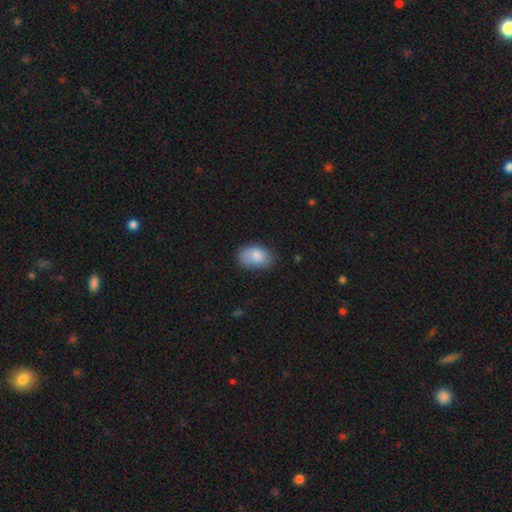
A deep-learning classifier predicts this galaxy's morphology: Q: Smooth or featured?
A: smooth (84%); runner-up: featured or disk (9%)
Q: How rounded?
A: in between (88%); runner-up: round (11%)
Q: Merging?
A: none (64%); runner-up: minor disturbance (27%)